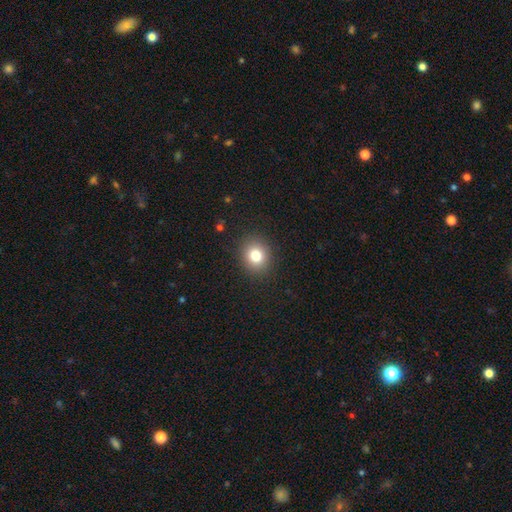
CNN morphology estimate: This appears to be a smooth galaxy with no disk features (80%) that is round (77%). Merging: none (90%).